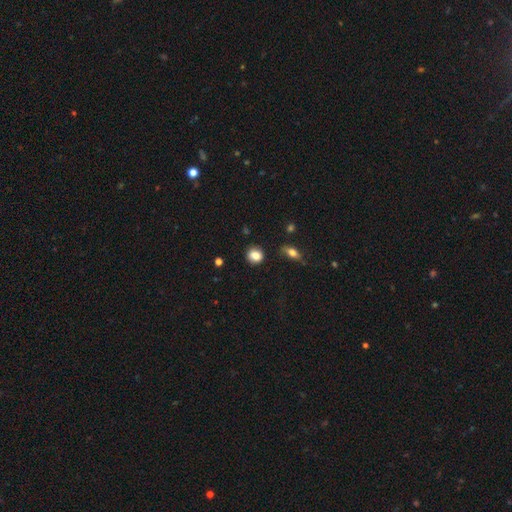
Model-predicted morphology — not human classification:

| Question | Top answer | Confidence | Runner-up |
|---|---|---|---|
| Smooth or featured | smooth | 83% | star or artifact (10%) |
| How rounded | round | 78% | in between (21%) |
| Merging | none | 84% | minor disturbance (11%) |